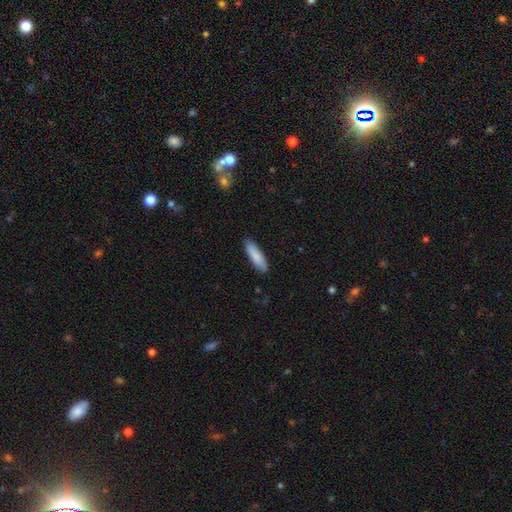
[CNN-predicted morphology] This is clearly a smooth galaxy (86%). How rounded: likely cigar-shaped (61%). Merging: clearly none (88%).